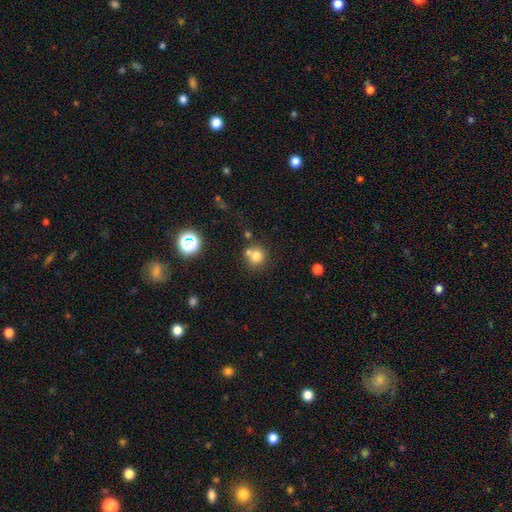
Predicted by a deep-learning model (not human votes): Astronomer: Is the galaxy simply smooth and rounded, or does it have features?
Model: smooth — 76%.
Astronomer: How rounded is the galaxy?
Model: round — 89%.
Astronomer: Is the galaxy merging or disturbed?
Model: none — 61%.